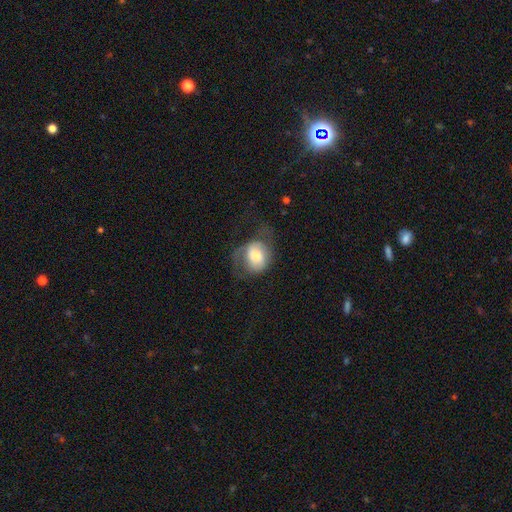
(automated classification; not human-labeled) This appears to be a smooth galaxy with no disk features (62%) that is round (52%). Merging: major disturbance (38%).